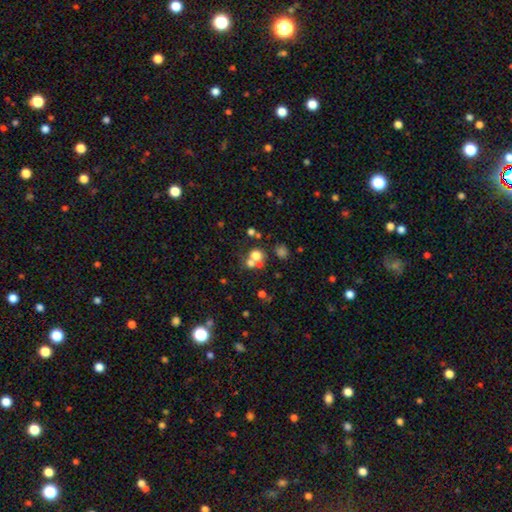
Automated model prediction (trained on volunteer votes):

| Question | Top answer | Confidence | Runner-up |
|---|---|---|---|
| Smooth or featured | smooth | 64% | star or artifact (19%) |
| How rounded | round | 82% | in between (17%) |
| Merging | none | 44% | tied: merger (44%) |